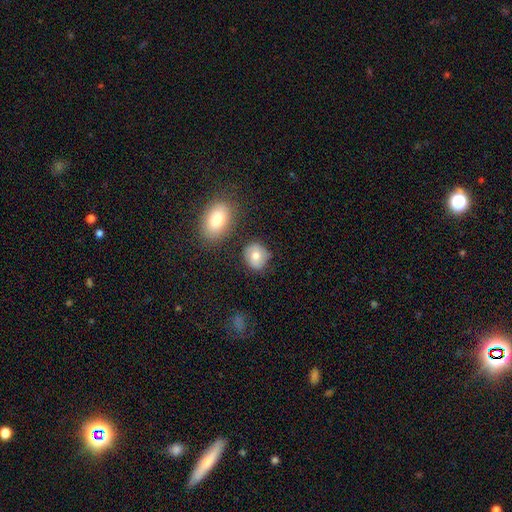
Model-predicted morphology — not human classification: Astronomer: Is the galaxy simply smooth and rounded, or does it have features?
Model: smooth — 76%.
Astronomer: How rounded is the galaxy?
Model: round — 72%.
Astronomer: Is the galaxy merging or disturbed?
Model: none — 75%.